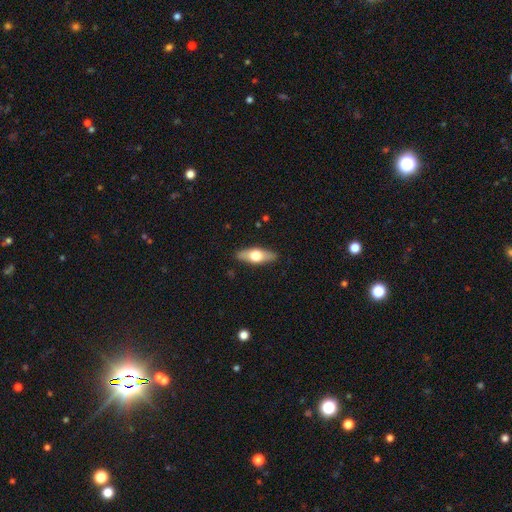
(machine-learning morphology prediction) smooth-or-featured: smooth: 53% | featured or disk: 41% | star or artifact: 6%
  how-rounded: in between: 63% | cigar-shaped: 34% | round: 4%
  merging: none: 88% | minor disturbance: 9% | major disturbance: 2% | merger: 1%